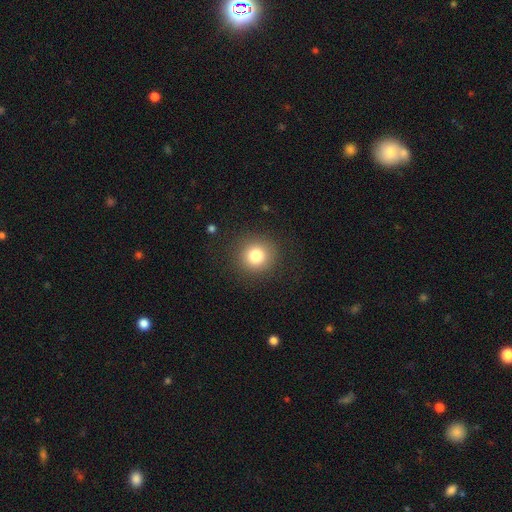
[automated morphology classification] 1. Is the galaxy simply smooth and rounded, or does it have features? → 80% smooth, 12% star or artifact, 8% featured or disk.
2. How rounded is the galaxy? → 93% round, 6% in between, 1% cigar-shaped.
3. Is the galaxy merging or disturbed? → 89% none, 6% minor disturbance, 3% major disturbance, 1% merger.